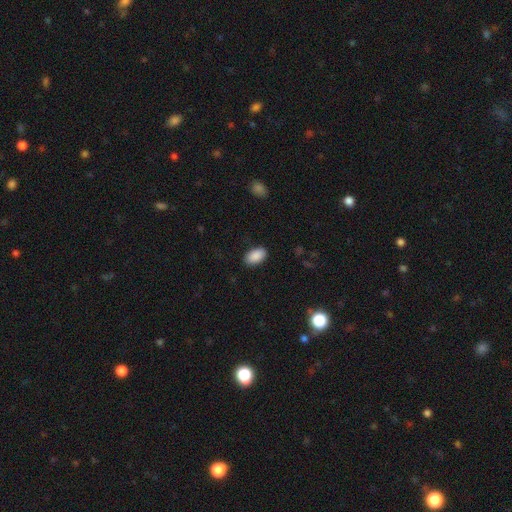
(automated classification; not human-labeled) Smooth or featured? smooth (90%)
How rounded? in between (94%)
Merging? none (87%)